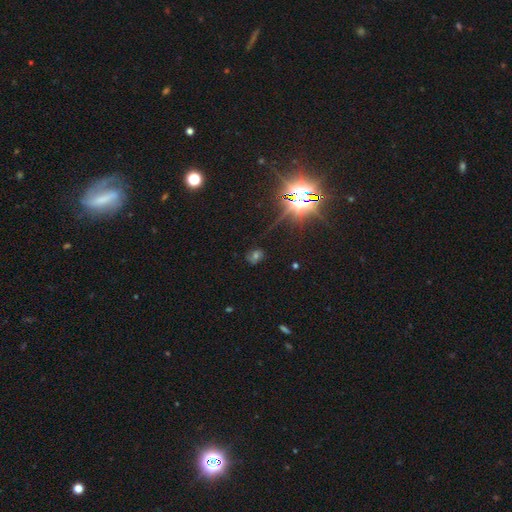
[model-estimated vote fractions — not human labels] Smooth or featured: star or artifact — 54% (smooth — 28%)